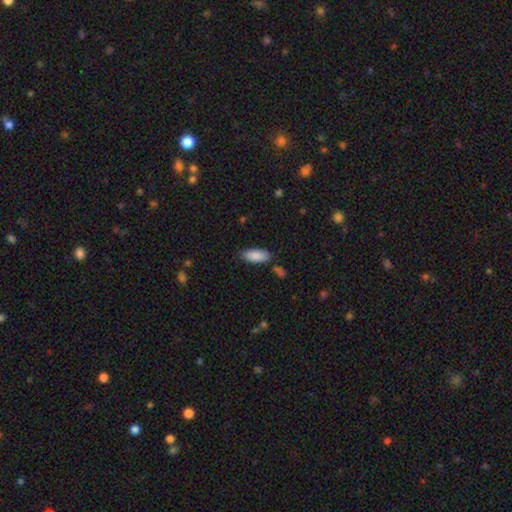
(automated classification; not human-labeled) The model was most divided on "how rounded": in between: 83%, cigar-shaped: 16%, round: 2%. More confident: smooth or featured — smooth (88%); merging — none (82%).